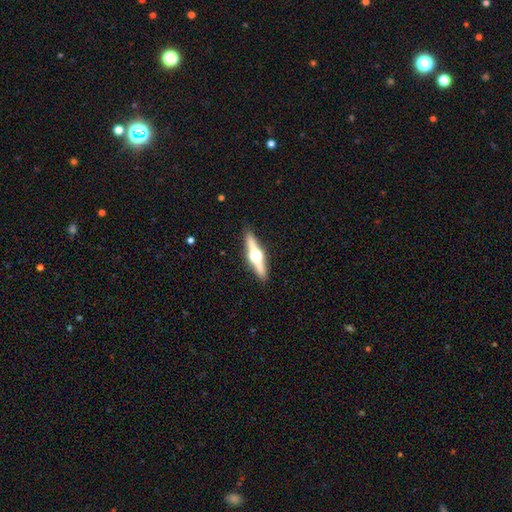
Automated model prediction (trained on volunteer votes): smooth_or_featured: featured or disk (p=0.77) [alt: smooth p=0.18]
disk_edge_on: yes (p=0.98) [alt: no p=0.02]
edge_on_bulge: rounded (p=0.97) [alt: boxy p=0.02]
merging: none (p=0.91) [alt: minor disturbance p=0.06]